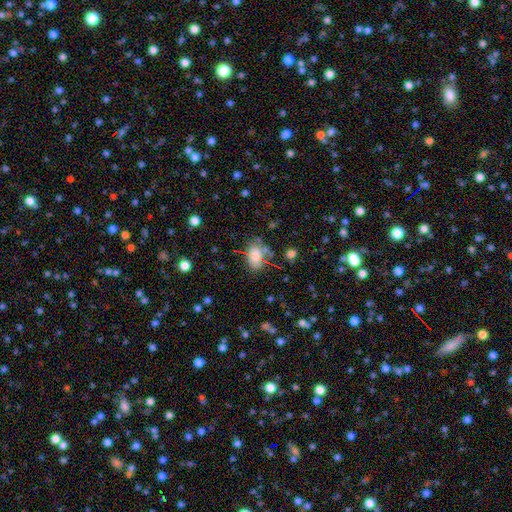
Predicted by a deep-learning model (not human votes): smooth-or-featured: smooth: 78% | featured or disk: 12% | star or artifact: 10%
  how-rounded: in between: 87% | round: 12% | cigar-shaped: 2%
  merging: none: 62% | minor disturbance: 21% | merger: 10% | major disturbance: 7%